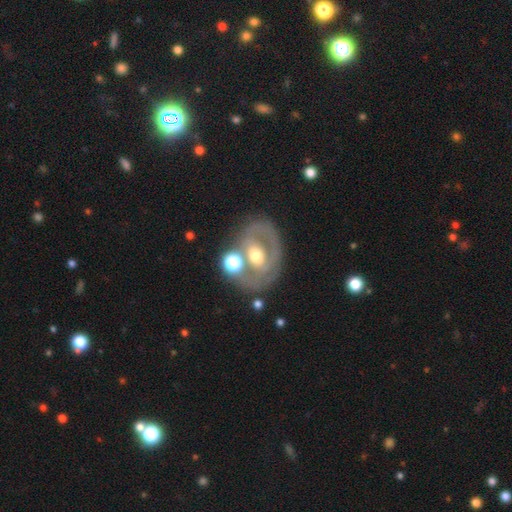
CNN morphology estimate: A featured or disk galaxy (63%) with no bar (59%), no spiral arms (61%) and a moderate central bulge (68%). Merging: none (57%).